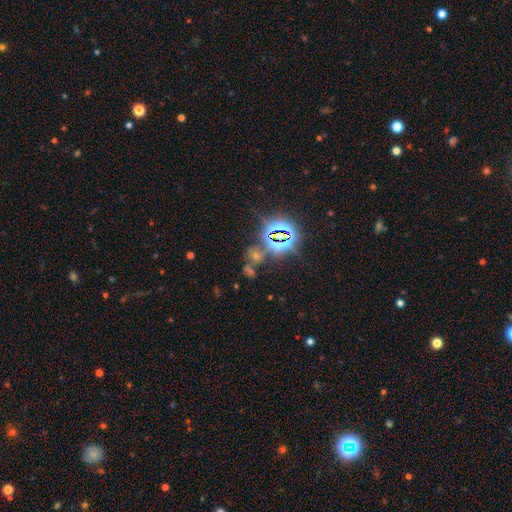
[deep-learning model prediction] smooth_or_featured: star or artifact (p=0.70) [alt: smooth p=0.19]